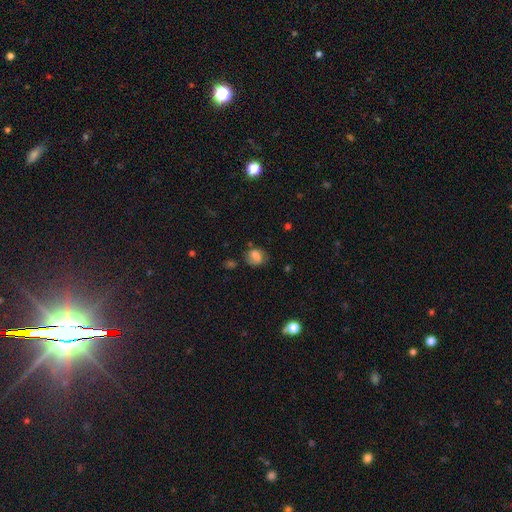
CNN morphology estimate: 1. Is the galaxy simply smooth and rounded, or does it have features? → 66% smooth, 23% featured or disk, 11% star or artifact.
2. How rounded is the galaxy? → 50% in between, 48% round, 1% cigar-shaped.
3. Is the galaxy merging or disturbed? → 63% none, 24% minor disturbance, 9% major disturbance, 4% merger.